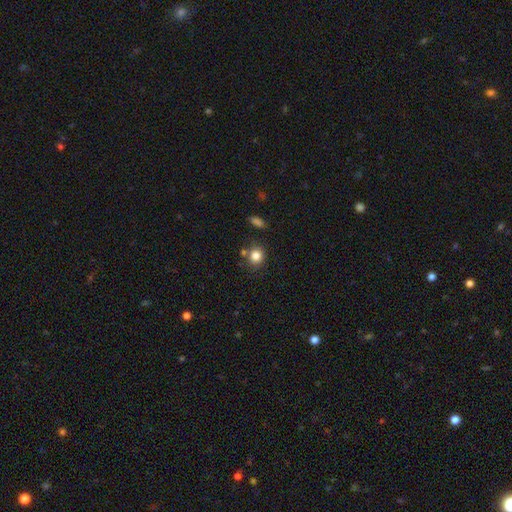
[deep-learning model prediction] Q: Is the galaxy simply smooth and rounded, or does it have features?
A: smooth — 83%.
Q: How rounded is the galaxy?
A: round — 81%.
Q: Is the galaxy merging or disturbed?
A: none — 73%.